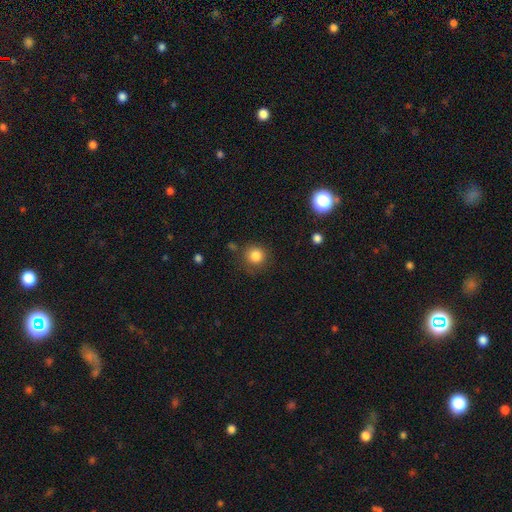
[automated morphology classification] Smooth or featured? smooth (83%)
How rounded? round (92%)
Merging? none (81%)